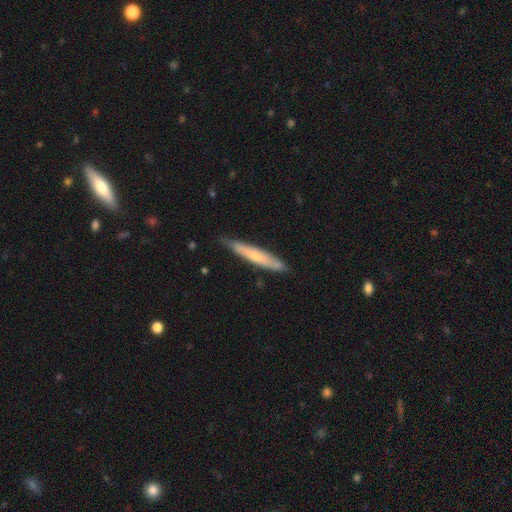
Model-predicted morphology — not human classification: type=smooth (51%); roundness=cigar-shaped (93%); merging=none (79%).